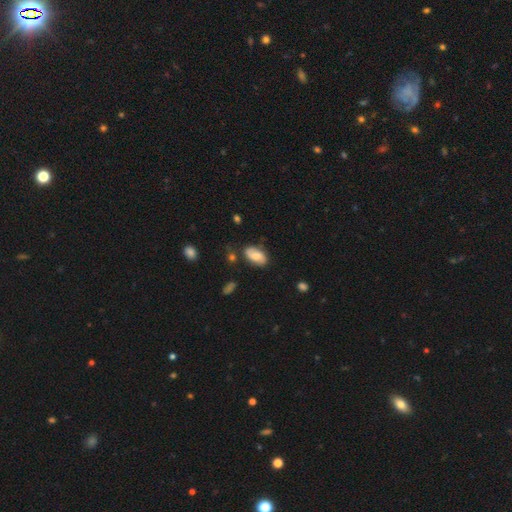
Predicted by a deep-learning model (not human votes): smooth-or-featured: smooth: 53% | featured or disk: 39% | star or artifact: 7%
  how-rounded: in between: 92% | round: 6% | cigar-shaped: 2%
  merging: none: 71% | minor disturbance: 20% | major disturbance: 5% | merger: 4%